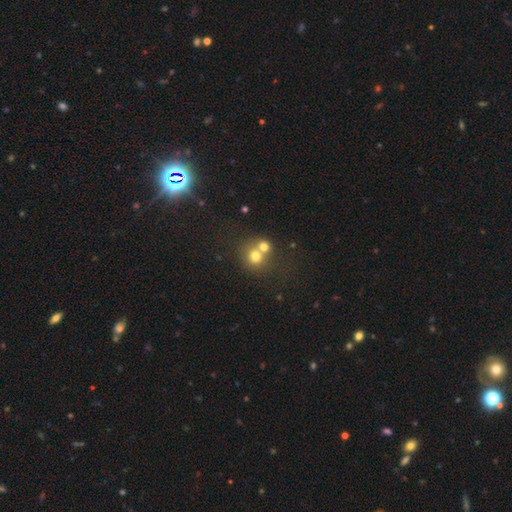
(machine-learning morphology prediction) Overall: smooth (71%). How rounded: round (84%). Merging: merger (50%; none 41%).